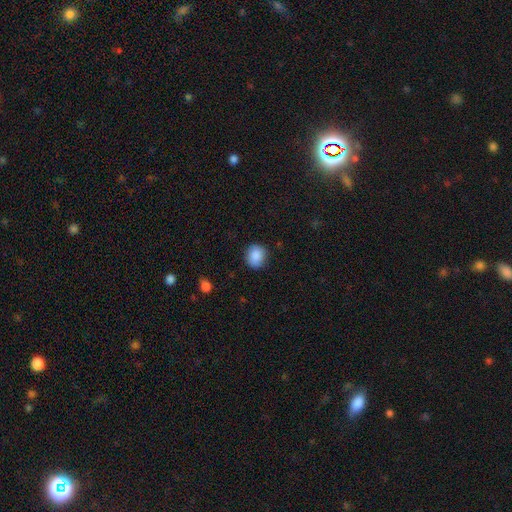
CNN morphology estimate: smooth_or_featured: smooth (p=0.88) [alt: star or artifact p=0.08]
how_rounded: round (p=0.80) [alt: in between p=0.19]
merging: none (p=0.86) [alt: minor disturbance p=0.10]